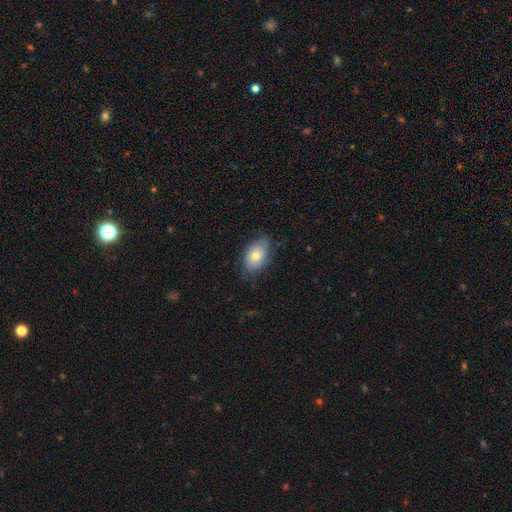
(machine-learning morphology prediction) This appears to be a smooth galaxy with no disk features (66%) that is in between round and cigar-shaped (88%). Merging: none (69%).